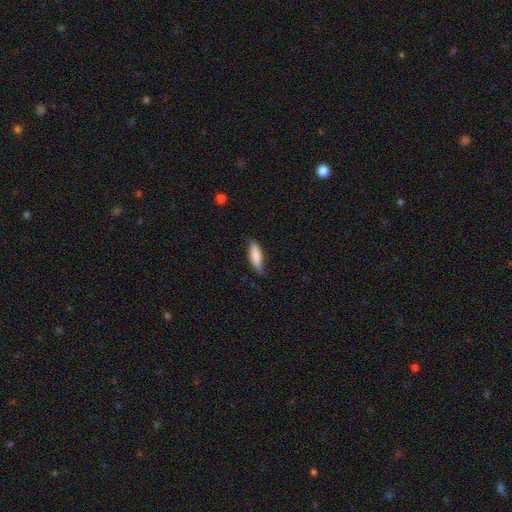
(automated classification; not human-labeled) Overall: smooth (82%). How rounded: in between (50%; cigar-shaped 48%). Merging: none (72%).